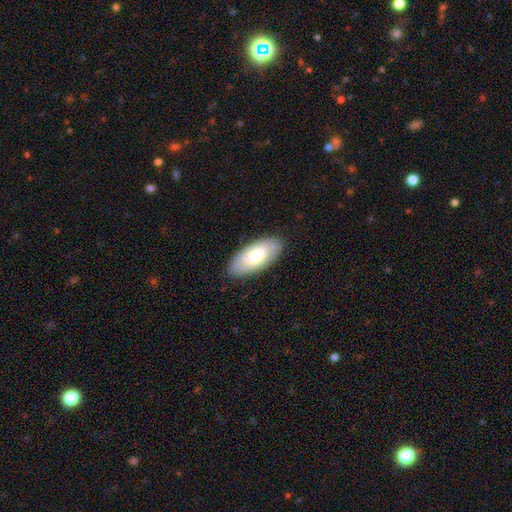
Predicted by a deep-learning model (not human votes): Morphology: type=smooth (63%); roundness=in between (89%); merging=none (86%).